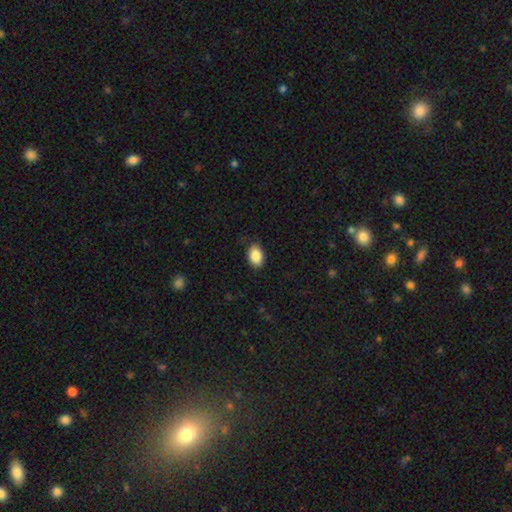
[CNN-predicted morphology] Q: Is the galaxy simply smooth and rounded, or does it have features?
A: smooth — 88%.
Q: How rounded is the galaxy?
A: in between — 88%.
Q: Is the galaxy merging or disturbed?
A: none — 84%.